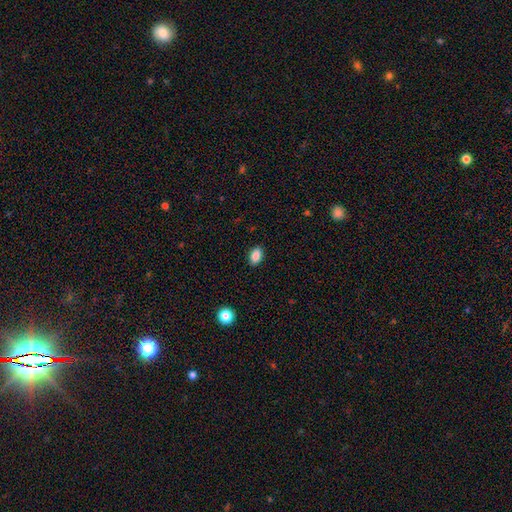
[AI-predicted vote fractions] Smooth or featured? smooth (87%)
How rounded? in between (86%)
Merging? none (89%)